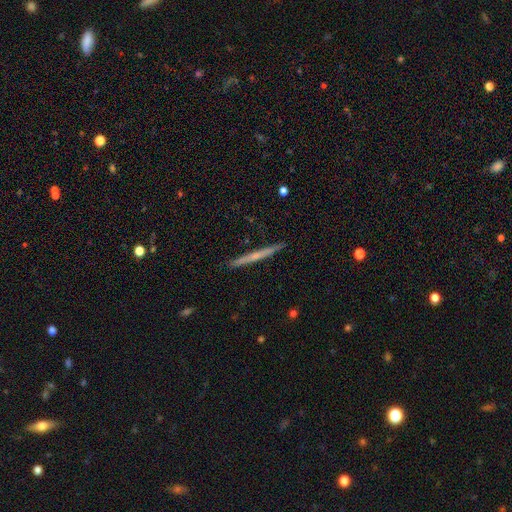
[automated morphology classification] The model was most divided on "smooth or featured": featured or disk: 54%, smooth: 40%, star or artifact: 6%. More confident: edge-on disk — yes (97%); merging — none (91%); edge-on bulge — none (70%).